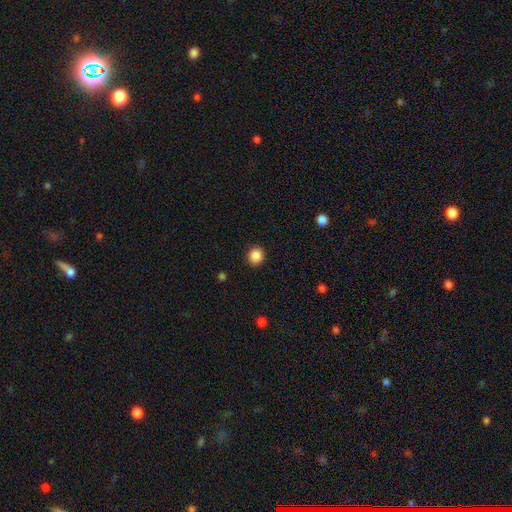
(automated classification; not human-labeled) This is clearly a smooth galaxy (87%). How rounded: clearly round (84%). Merging: clearly none (92%).